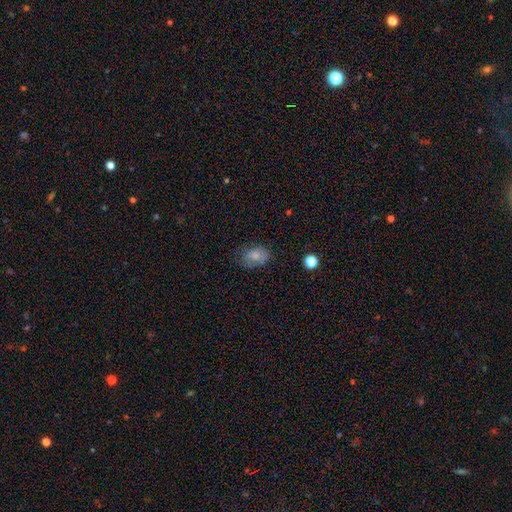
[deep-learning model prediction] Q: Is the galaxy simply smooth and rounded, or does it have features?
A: smooth — 79%.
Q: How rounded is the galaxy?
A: in between — 78%.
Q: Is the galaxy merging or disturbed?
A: none — 64%.